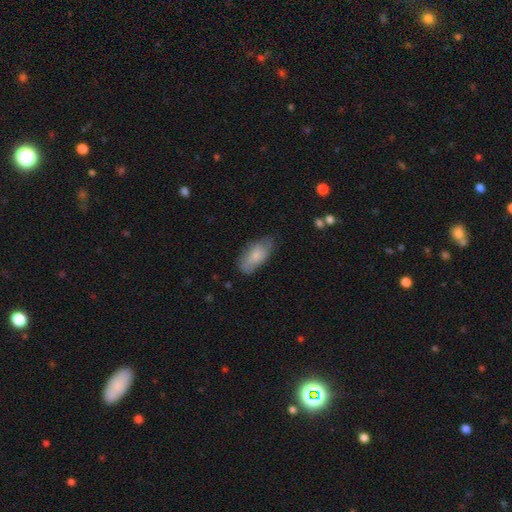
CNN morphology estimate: Q: Smooth or featured?
A: smooth (75%); runner-up: featured or disk (19%)
Q: How rounded?
A: in between (89%); runner-up: cigar-shaped (9%)
Q: Merging?
A: none (70%); runner-up: minor disturbance (23%)